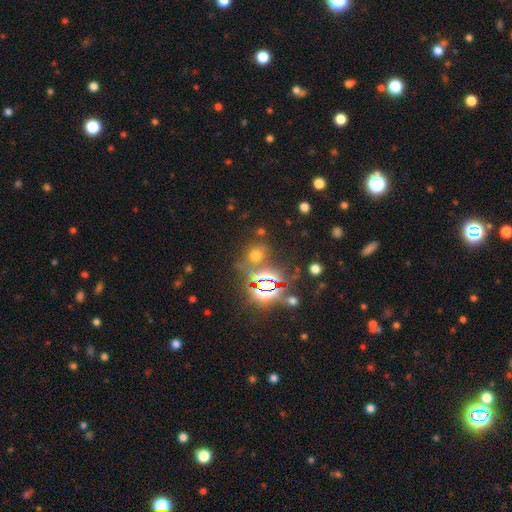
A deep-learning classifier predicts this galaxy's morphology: A star or artifact, not a galaxy (48%).

Vote fractions:
- Smooth or featured? star or artifact: 48% / smooth: 44% / featured or disk: 9%